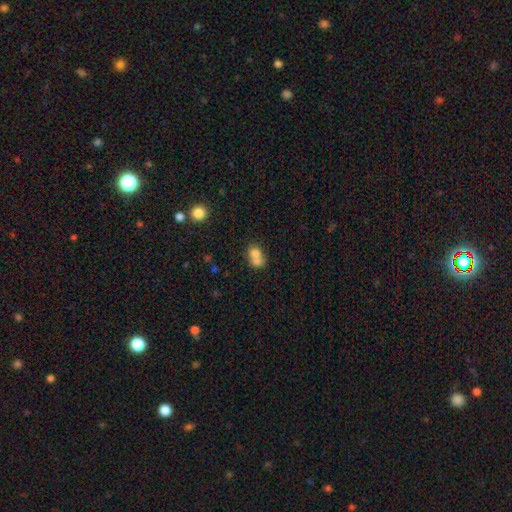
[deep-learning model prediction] This is likely a smooth galaxy (72%). How rounded: likely round (61%). Merging: likely merger (65%).